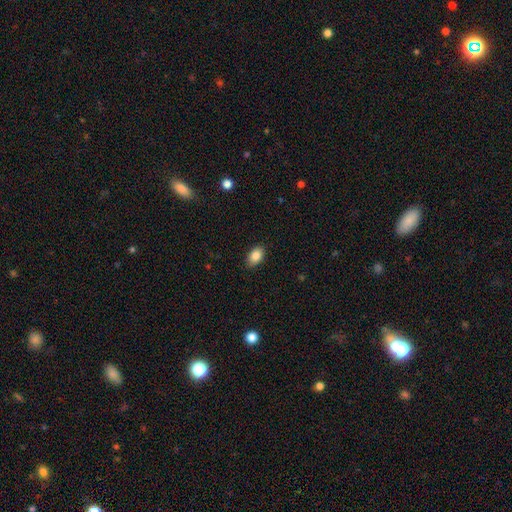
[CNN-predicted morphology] Smooth or featured? Predicted: smooth (p=0.85). How rounded? Predicted: in between (p=0.90). Merging? Predicted: none (p=0.88).